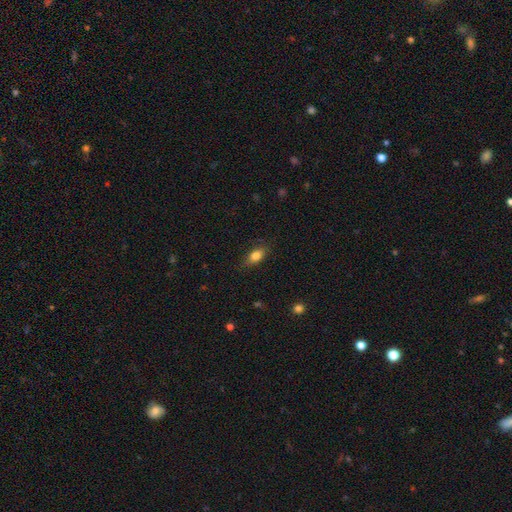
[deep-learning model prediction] This appears to be a smooth galaxy with no disk features (81%) that is in between round and cigar-shaped (84%). Merging: none (79%).